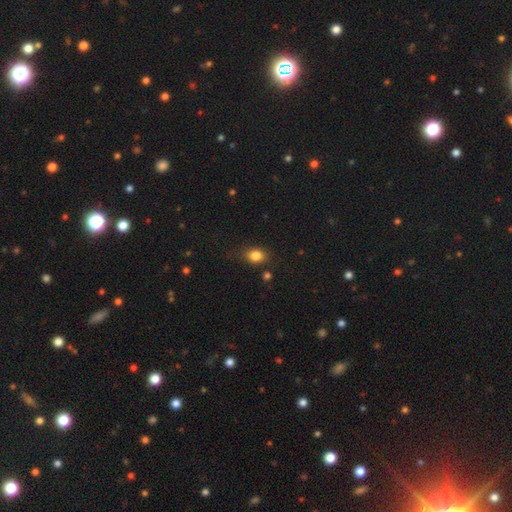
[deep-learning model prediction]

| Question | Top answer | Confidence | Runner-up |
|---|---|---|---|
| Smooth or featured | smooth | 84% | star or artifact (10%) |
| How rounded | in between | 61% | round (38%) |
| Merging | none | 77% | minor disturbance (16%) |